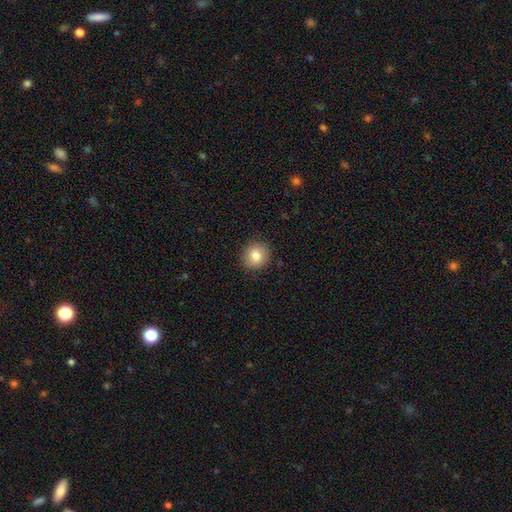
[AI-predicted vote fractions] This is clearly a smooth galaxy (82%). How rounded: clearly round (81%). Merging: clearly none (88%).